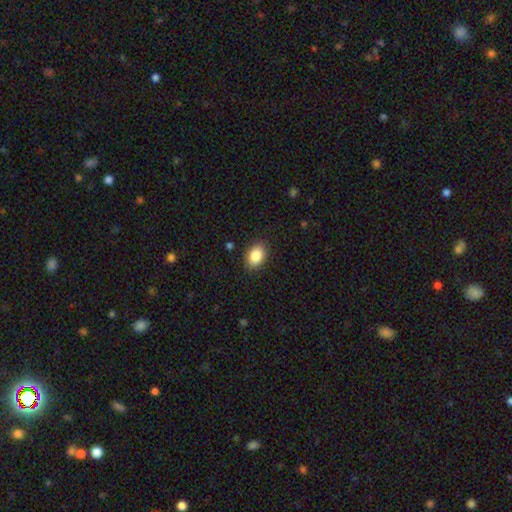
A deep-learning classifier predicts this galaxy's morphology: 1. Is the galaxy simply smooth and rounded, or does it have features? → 87% smooth, 8% star or artifact, 5% featured or disk.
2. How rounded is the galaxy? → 81% in between, 18% round, 1% cigar-shaped.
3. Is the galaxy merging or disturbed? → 86% none, 10% minor disturbance, 3% major disturbance, 1% merger.